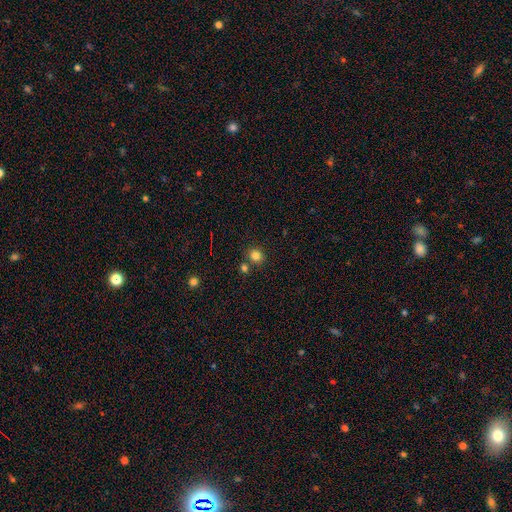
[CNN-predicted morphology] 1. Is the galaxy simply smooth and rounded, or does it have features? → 81% smooth, 13% star or artifact, 6% featured or disk.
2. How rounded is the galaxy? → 84% round, 15% in between, 1% cigar-shaped.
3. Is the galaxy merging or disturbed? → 75% none, 13% merger, 9% minor disturbance, 3% major disturbance.